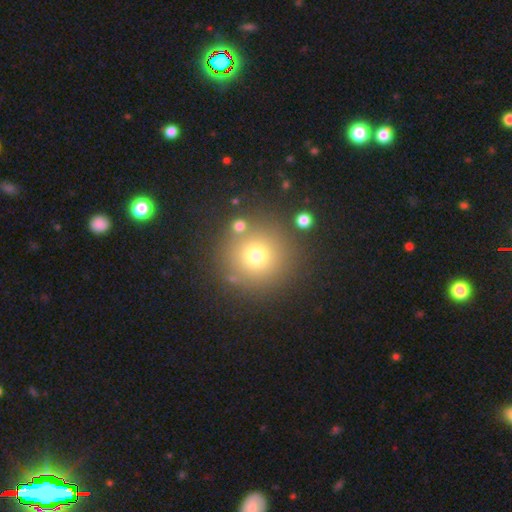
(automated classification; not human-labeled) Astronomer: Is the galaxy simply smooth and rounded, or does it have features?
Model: smooth — 71%.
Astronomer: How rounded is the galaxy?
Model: round — 95%.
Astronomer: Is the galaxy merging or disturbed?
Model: none — 84%.